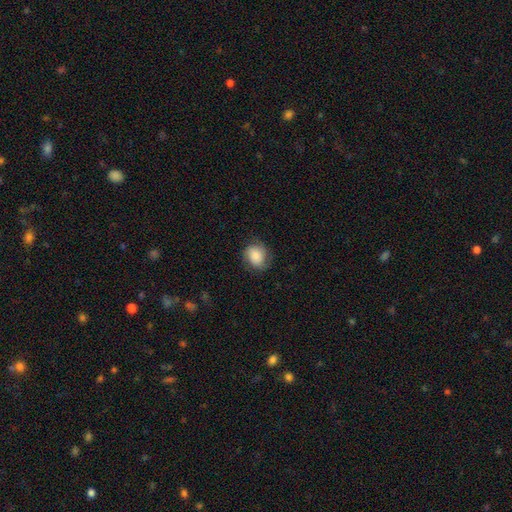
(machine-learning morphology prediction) Overall: smooth (70%). How rounded: round (61%; in between 38%). Merging: none (72%).